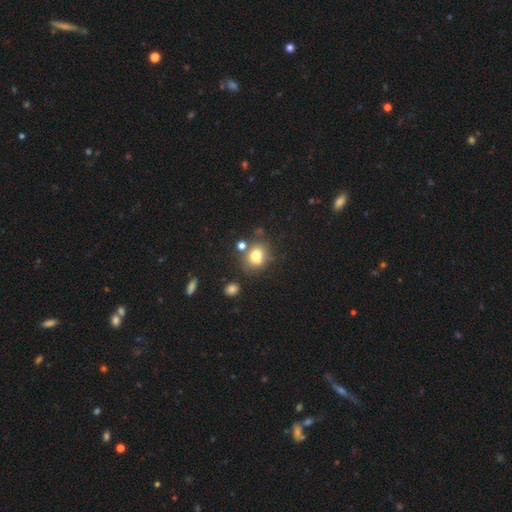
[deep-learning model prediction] smooth 76%, star or artifact 12%, featured or disk 11%. Down the decision tree: how rounded — round (60%); merging — none (63%).